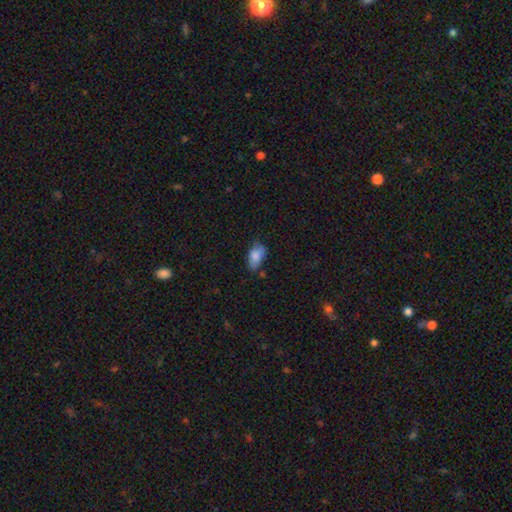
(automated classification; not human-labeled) A smooth galaxy with no disk features (82%) that is in between round and cigar-shaped (91%). Merging: none (58%).